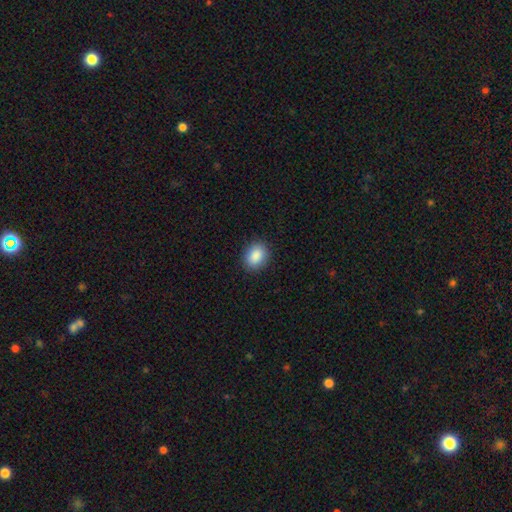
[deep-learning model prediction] Overall: smooth (89%). How rounded: in between (66%; round 32%). Merging: none (89%).